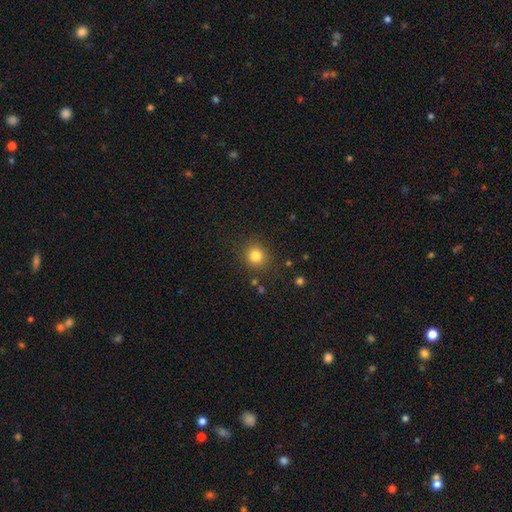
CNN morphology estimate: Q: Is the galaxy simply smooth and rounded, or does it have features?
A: smooth — 81%.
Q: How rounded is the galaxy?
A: round — 88%.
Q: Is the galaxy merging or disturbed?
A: none — 87%.